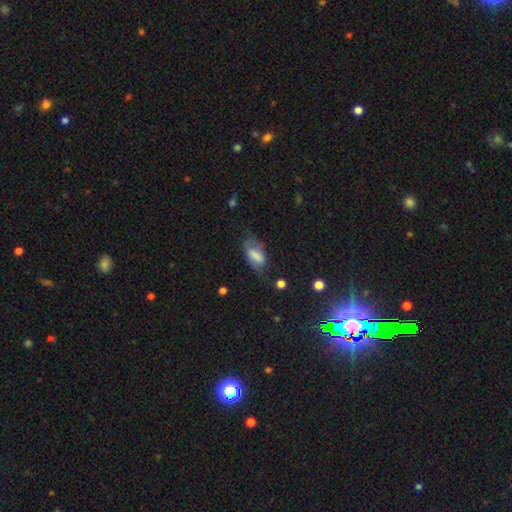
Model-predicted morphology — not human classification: The model was most divided on "merging": none: 47%, minor disturbance: 30%, major disturbance: 20%, merger: 3%. More confident: how rounded — in between (87%); smooth or featured — smooth (64%).